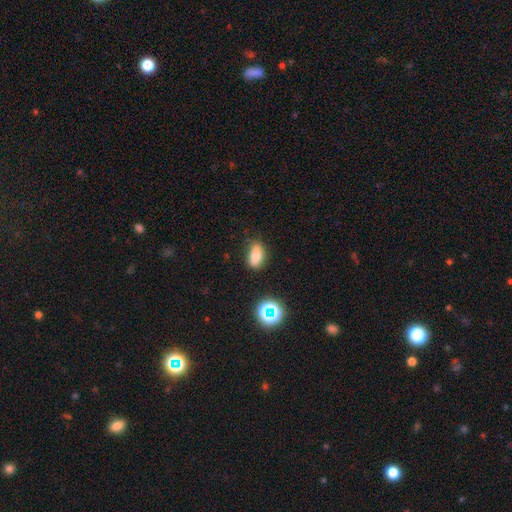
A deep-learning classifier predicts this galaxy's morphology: Smooth or featured?
  - smooth: 75% *
  - star or artifact: 13%
  - featured or disk: 12%
How rounded?
  - in between: 83% *
  - round: 10%
  - cigar-shaped: 7%
Merging?
  - none: 75% *
  - minor disturbance: 19%
  - major disturbance: 4%
  - merger: 2%